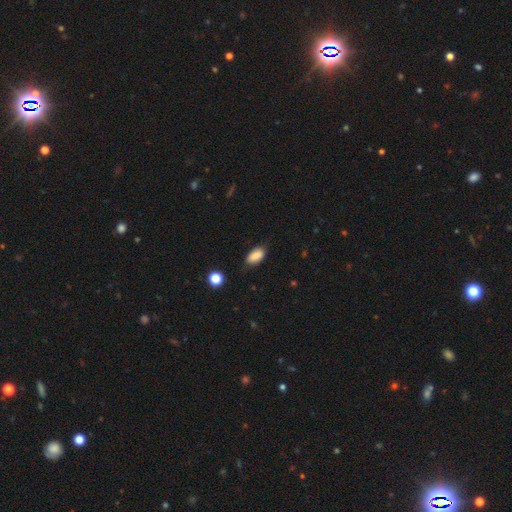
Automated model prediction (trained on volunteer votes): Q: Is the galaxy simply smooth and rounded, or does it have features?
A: smooth — 86%.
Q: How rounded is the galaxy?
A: in between — 92%.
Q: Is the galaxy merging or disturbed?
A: none — 77%.